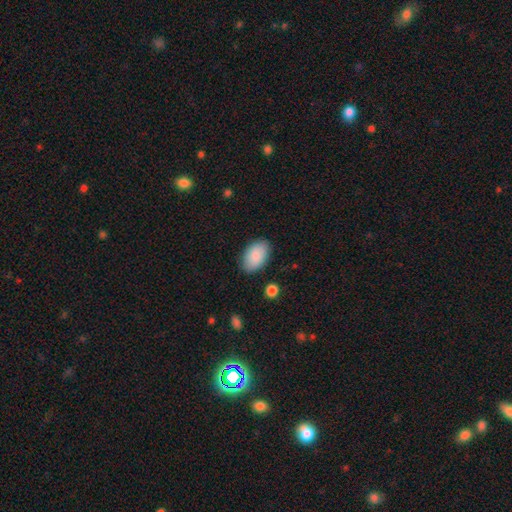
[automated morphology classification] smooth 87%, featured or disk 7%, star or artifact 6%. Down the decision tree: how rounded — in between (93%); merging — none (85%).